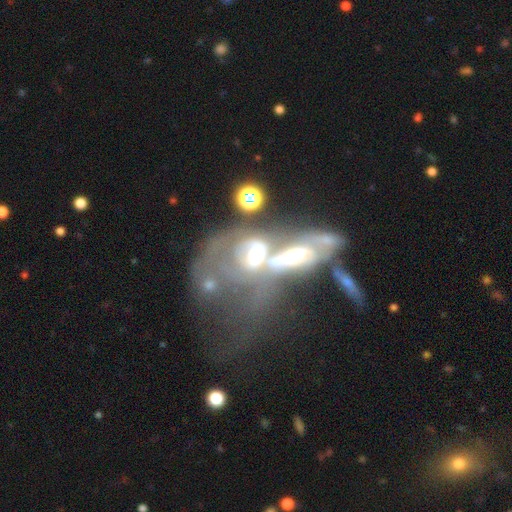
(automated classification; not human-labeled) Smooth or featured? Predicted: featured or disk (p=0.61). Edge-on disk? Predicted: no (p=0.88). Bar? Predicted: no (p=0.59). Spiral arms? Predicted: yes (p=0.51). Bulge size? Predicted: moderate (p=0.50). Merging? Predicted: merger (p=0.67).